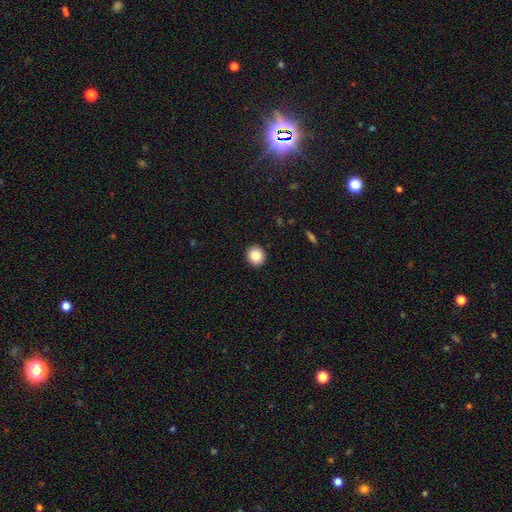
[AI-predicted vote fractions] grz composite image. It shows a smooth galaxy with no disk features (87%) that is round (89%). Merging: none (91%).